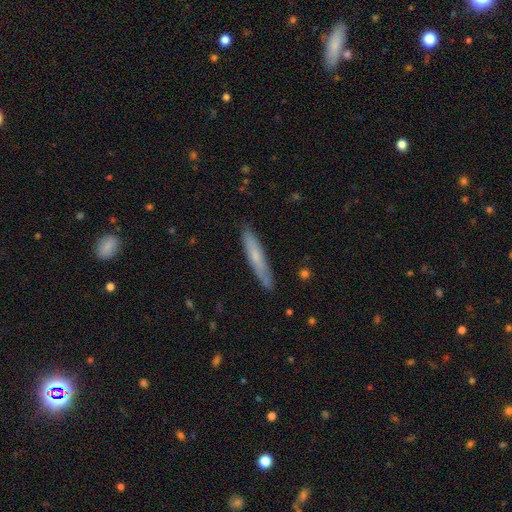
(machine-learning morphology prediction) Q: Smooth or featured?
A: smooth (61%); runner-up: featured or disk (33%)
Q: How rounded?
A: cigar-shaped (92%); runner-up: in between (7%)
Q: Merging?
A: none (86%); runner-up: minor disturbance (11%)